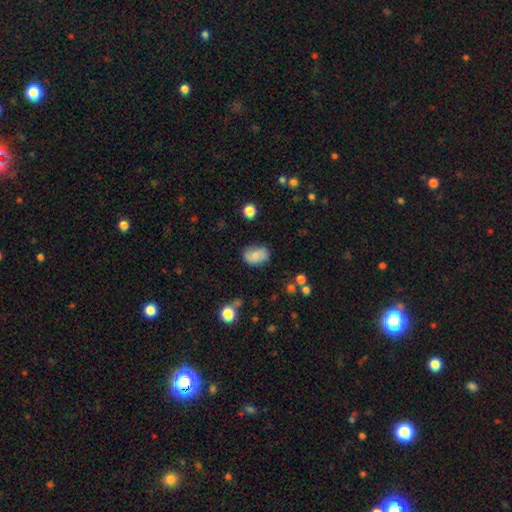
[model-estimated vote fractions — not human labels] The model was most divided on "merging": none: 64%, minor disturbance: 26%, major disturbance: 7%, merger: 3%. More confident: how rounded — in between (81%); smooth or featured — smooth (69%).